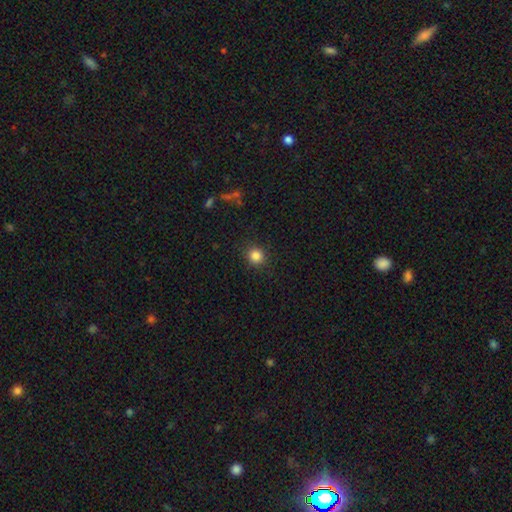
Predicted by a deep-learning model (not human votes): Overall: smooth (84%). How rounded: round (90%). Merging: none (90%).